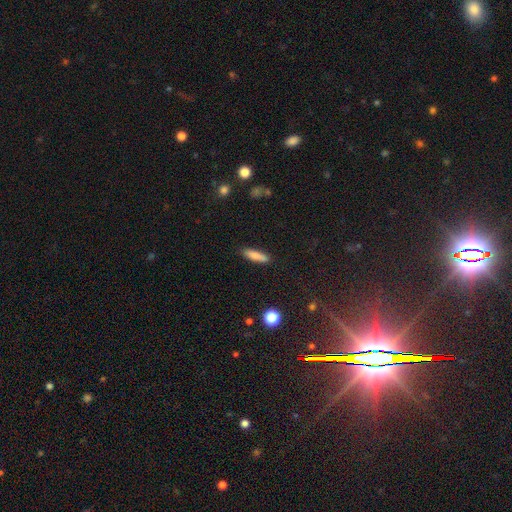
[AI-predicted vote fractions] smooth 80%, featured or disk 13%, star or artifact 7%. Down the decision tree: how rounded — cigar-shaped (72%); merging — none (86%).